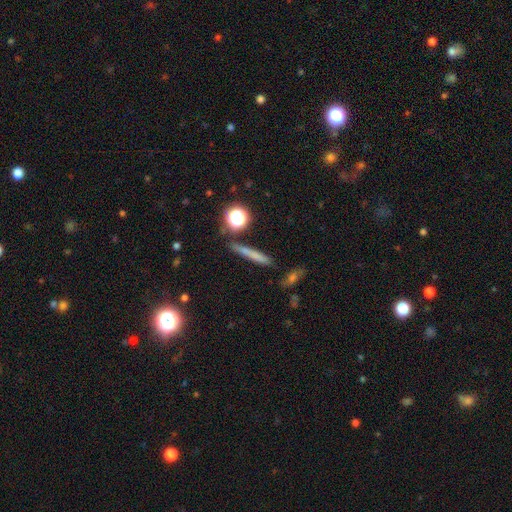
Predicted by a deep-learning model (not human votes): smooth-or-featured: smooth: 66% | featured or disk: 21% | star or artifact: 13%
  how-rounded: cigar-shaped: 87% | round: 7% | in between: 6%
  merging: none: 80% | minor disturbance: 12% | merger: 4% | major disturbance: 3%